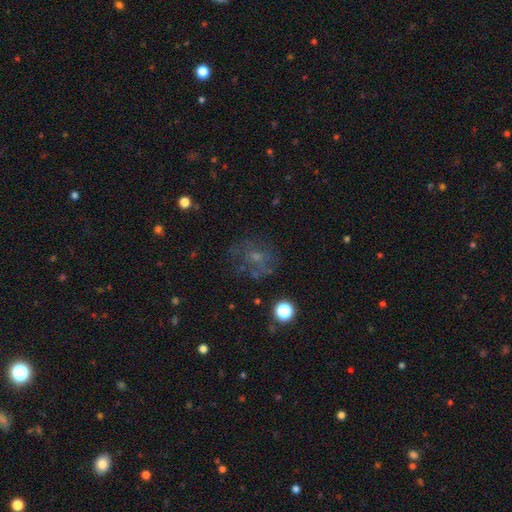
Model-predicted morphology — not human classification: Overall: smooth (39%; featured or disk 36%). Merging: none (59%; minor disturbance 19%).